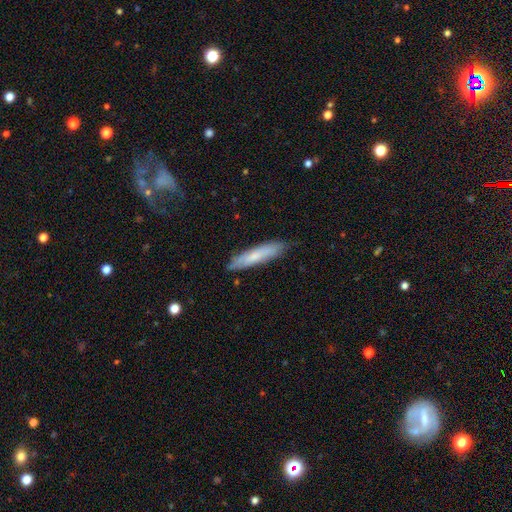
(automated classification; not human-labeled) Smooth or featured?
  - smooth: 67% *
  - featured or disk: 27%
  - star or artifact: 6%
How rounded?
  - cigar-shaped: 84% *
  - in between: 15%
  - round: 1%
Merging?
  - none: 82% *
  - minor disturbance: 15%
  - major disturbance: 2%
  - merger: 1%